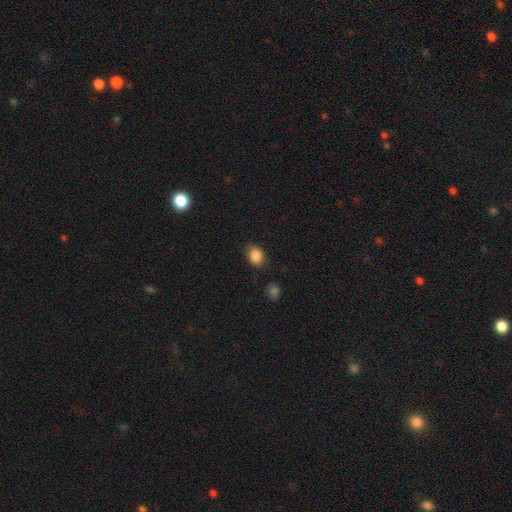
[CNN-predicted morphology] This appears to be a smooth galaxy with no disk features (87%) that is in between round and cigar-shaped (63%). Merging: none (76%).